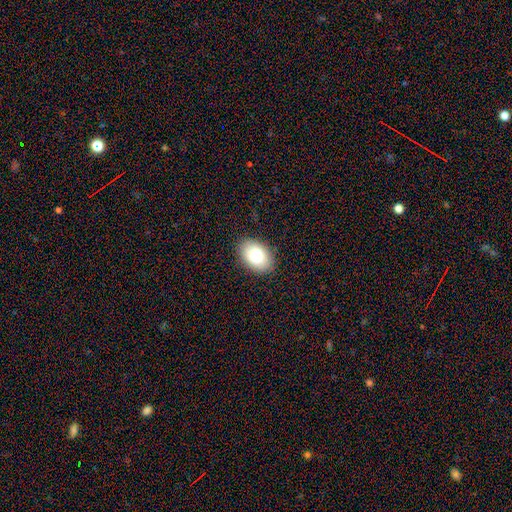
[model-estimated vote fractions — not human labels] Smooth or featured: smooth — 80% (featured or disk — 12%)
How rounded: in between — 85% (round — 14%)
Merging: none — 88% (minor disturbance — 9%)